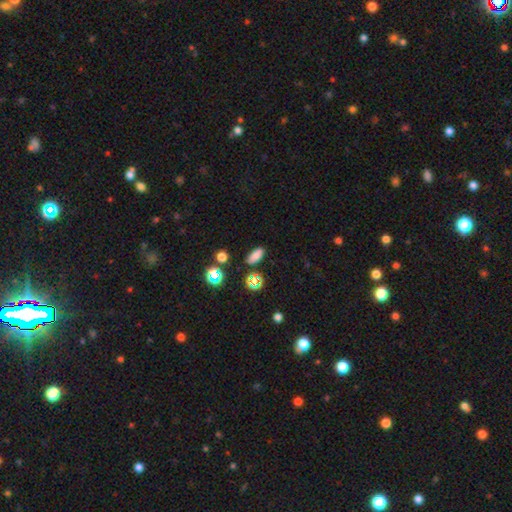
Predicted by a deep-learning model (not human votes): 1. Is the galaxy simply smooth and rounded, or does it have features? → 74% smooth, 19% star or artifact, 7% featured or disk.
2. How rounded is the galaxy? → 80% in between, 13% cigar-shaped, 7% round.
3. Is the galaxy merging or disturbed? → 83% none, 11% minor disturbance, 3% merger, 3% major disturbance.